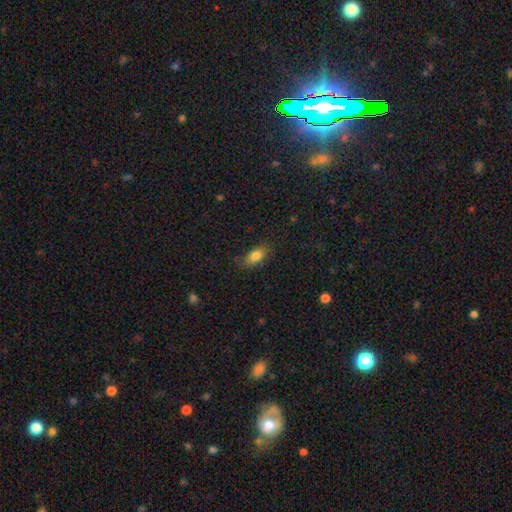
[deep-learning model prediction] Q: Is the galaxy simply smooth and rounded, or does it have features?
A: smooth — 82%.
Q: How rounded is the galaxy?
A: in between — 86%.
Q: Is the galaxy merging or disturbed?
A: none — 80%.